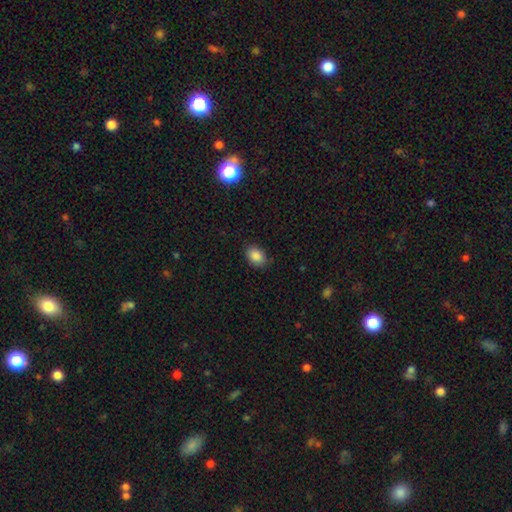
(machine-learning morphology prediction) Q: Smooth or featured?
A: smooth (87%); runner-up: star or artifact (9%)
Q: How rounded?
A: in between (75%); runner-up: round (24%)
Q: Merging?
A: none (83%); runner-up: minor disturbance (13%)